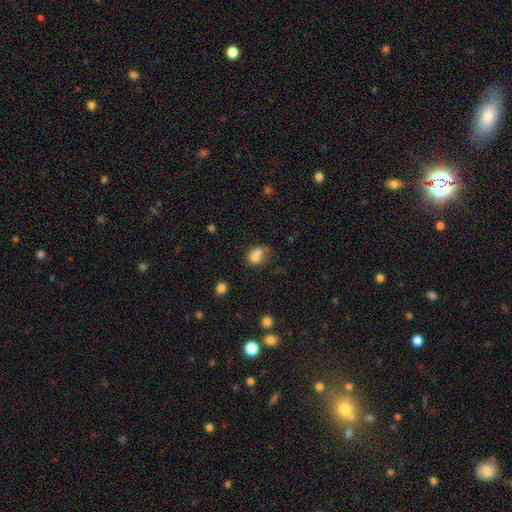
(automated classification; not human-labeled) smooth 74%, featured or disk 14%, star or artifact 12%. Down the decision tree: how rounded — in between (51%); merging — merger (41%).